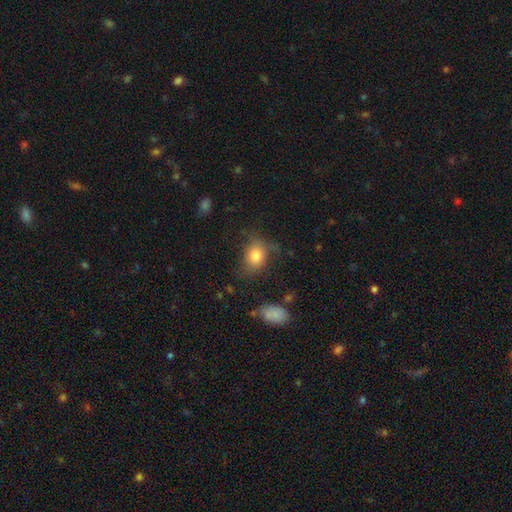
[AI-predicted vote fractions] Smooth or featured: smooth — 76% (featured or disk — 14%)
How rounded: in between — 58% (round — 41%)
Merging: none — 56% (minor disturbance — 26%)